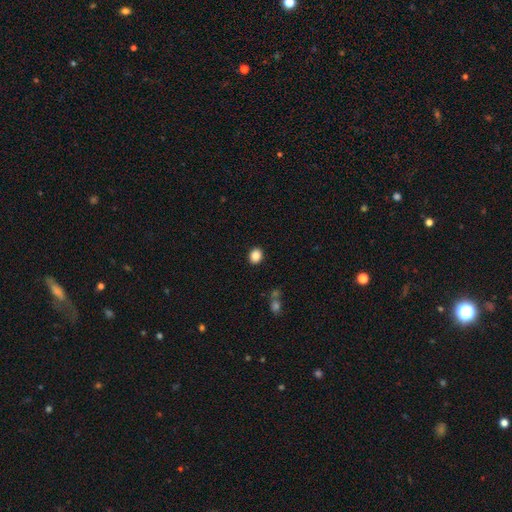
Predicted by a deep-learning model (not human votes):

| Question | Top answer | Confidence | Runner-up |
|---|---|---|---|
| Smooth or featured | smooth | 87% | star or artifact (9%) |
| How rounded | round | 59% | in between (40%) |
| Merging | none | 90% | minor disturbance (7%) |